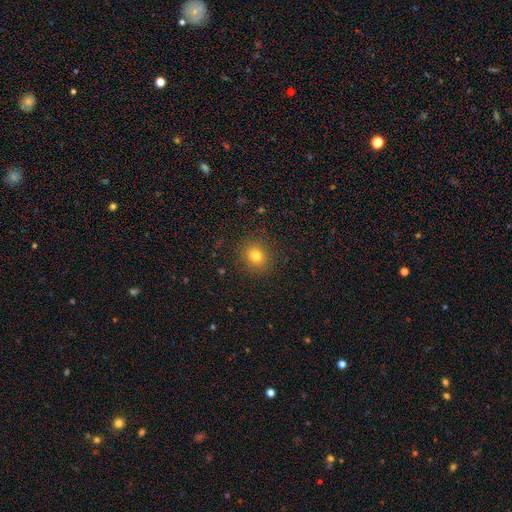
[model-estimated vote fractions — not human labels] smooth 80%, star or artifact 13%, featured or disk 7%. Down the decision tree: how rounded — round (75%); merging — none (88%).